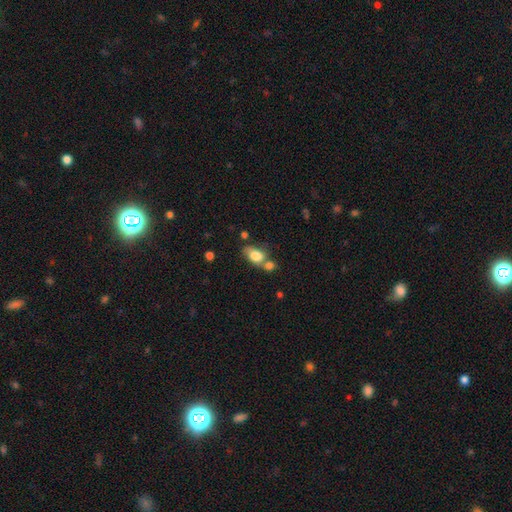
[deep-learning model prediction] This appears to be a smooth galaxy with no disk features (79%) that is in between round and cigar-shaped (79%). Merging: merger (39%).